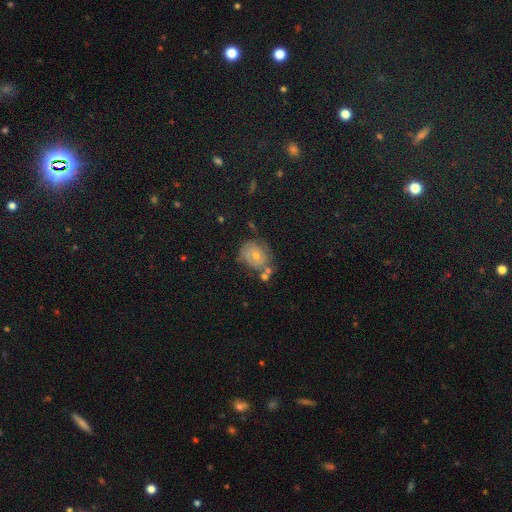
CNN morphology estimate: This is possibly a featured or disk galaxy (49%). Merging: likely none (63%).